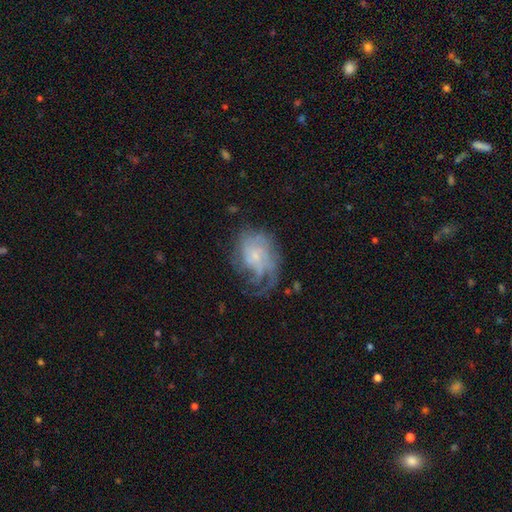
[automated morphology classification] The model was most divided on "spiral winding": tight: 41%, medium: 36%, loose: 23%. Remaining: edge-on disk — no (97%); spiral arms — yes (87%); smooth or featured — featured or disk (73%); bar — no (73%); bulge size — small (72%); merging — none (45%); spiral arm count — can't tell (42%).